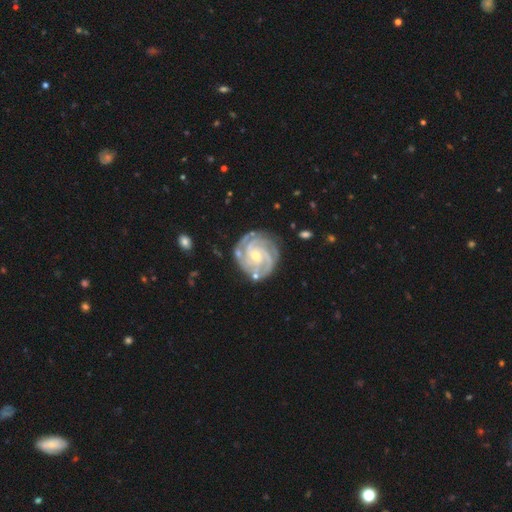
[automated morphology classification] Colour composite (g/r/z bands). It shows a featured or disk galaxy (92%) with no bar (62%), 3 (35%) tight (75%) spiral arms (98%) and a small central bulge (66%). Merging: none (77%).